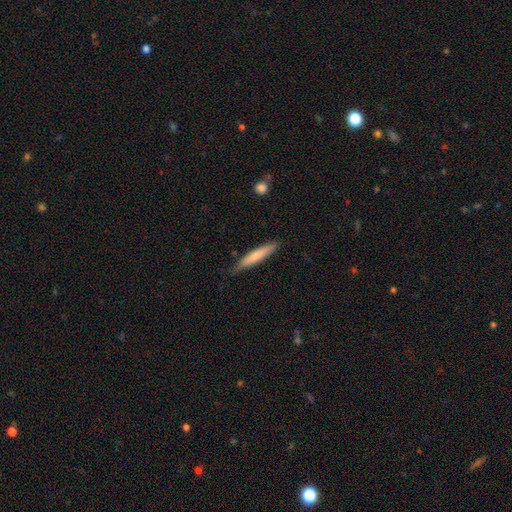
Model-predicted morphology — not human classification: Q: Smooth or featured?
A: smooth (68%); runner-up: featured or disk (27%)
Q: How rounded?
A: cigar-shaped (91%); runner-up: in between (7%)
Q: Merging?
A: none (83%); runner-up: minor disturbance (14%)